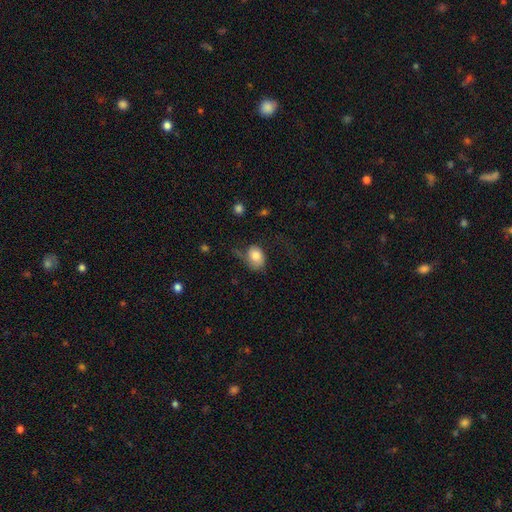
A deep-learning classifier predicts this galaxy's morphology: Smooth or featured? Predicted: smooth (p=0.74). How rounded? Predicted: in between (p=0.66). Merging? Predicted: none (p=0.39).